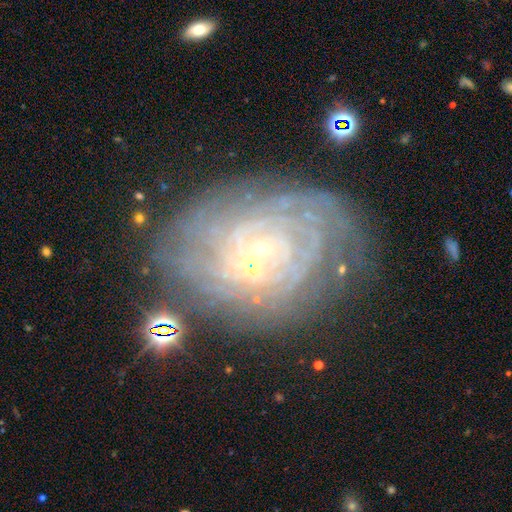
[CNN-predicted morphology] This appears to be a featured or disk galaxy (82%) with no bar (70%), tight (79%) spiral arms (93%) and a small central bulge (80%). Merging: none (66%).